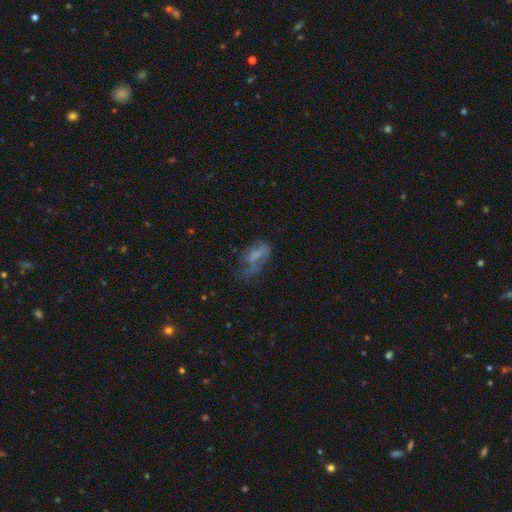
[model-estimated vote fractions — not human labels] smooth_or_featured: smooth (p=0.47) [alt: featured or disk p=0.39]
merging: major disturbance (p=0.37) [alt: none p=0.31]